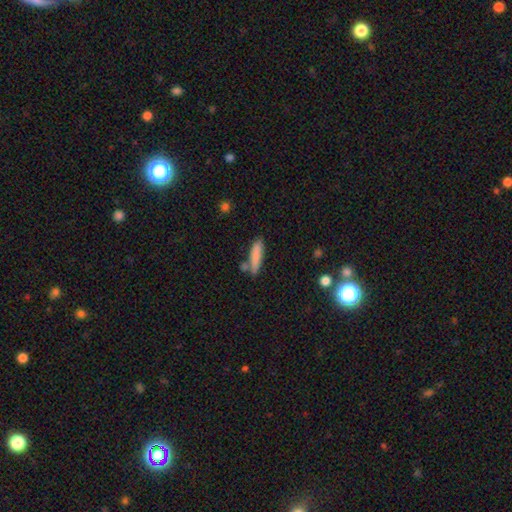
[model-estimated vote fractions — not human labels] Smooth or featured? smooth (83%)
How rounded? cigar-shaped (74%)
Merging? none (69%)